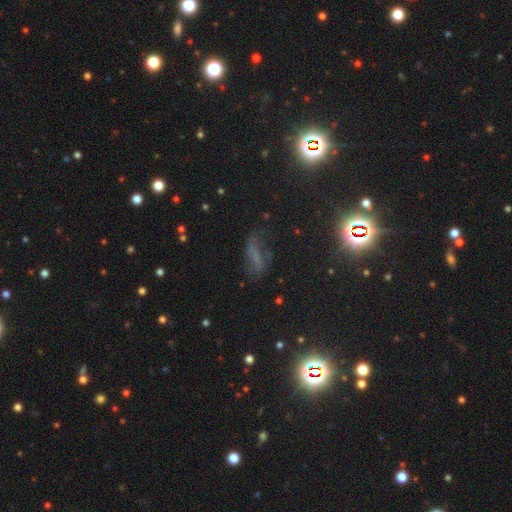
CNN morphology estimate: Q: Smooth or featured?
A: star or artifact (35%); runner-up: smooth (34%)